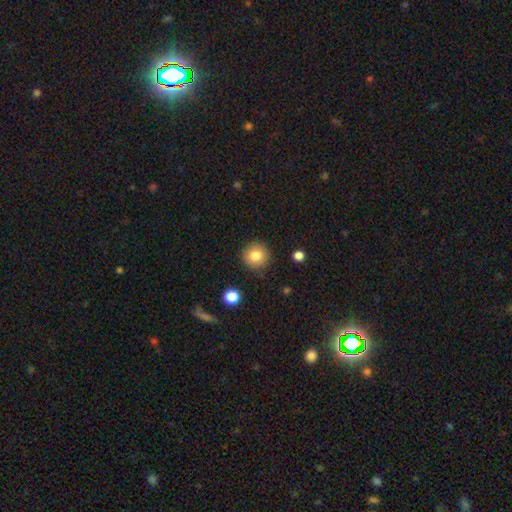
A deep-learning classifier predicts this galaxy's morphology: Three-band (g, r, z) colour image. It shows a smooth galaxy with no disk features (82%) that is round (93%). Merging: none (89%).